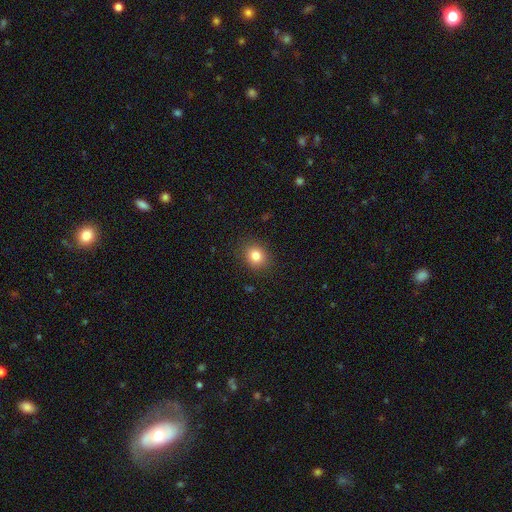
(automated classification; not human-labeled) Smooth or featured? Predicted: smooth (p=0.83). How rounded? Predicted: round (p=0.69). Merging? Predicted: none (p=0.88).